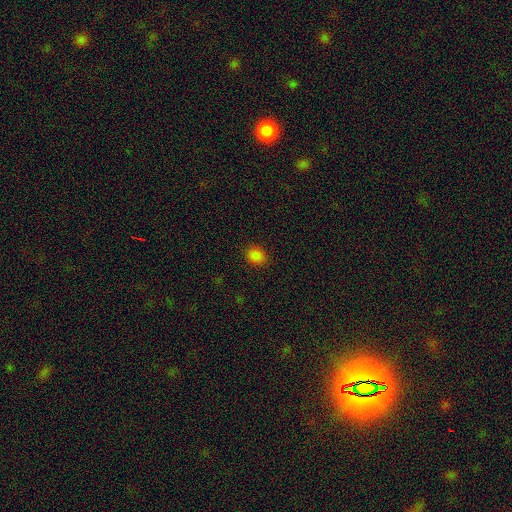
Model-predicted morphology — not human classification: The model was most divided on "how rounded": round: 53%, in between: 46%, cigar-shaped: 1%. More confident: merging — none (89%); smooth or featured — smooth (83%).